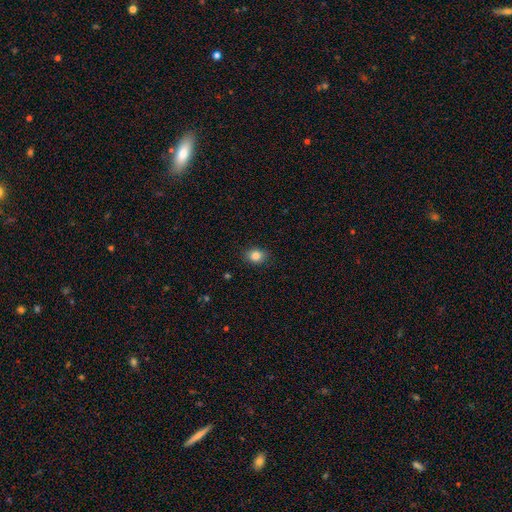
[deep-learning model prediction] Morphology: type=smooth (84%); roundness=round (52%); merging=none (86%).